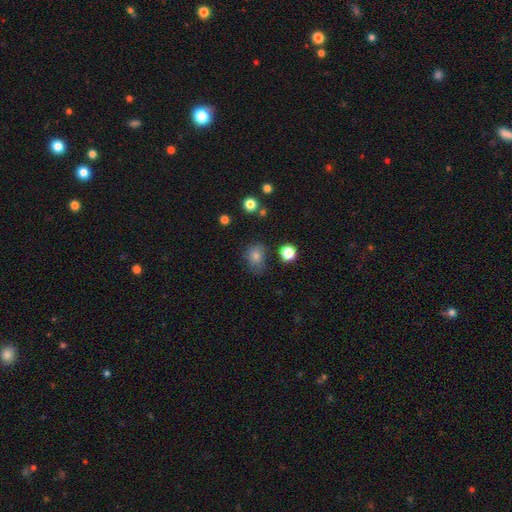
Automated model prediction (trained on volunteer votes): The model was most divided on "how rounded": round: 55%, in between: 44%, cigar-shaped: 1%. More confident: smooth or featured — smooth (76%); merging — none (66%).